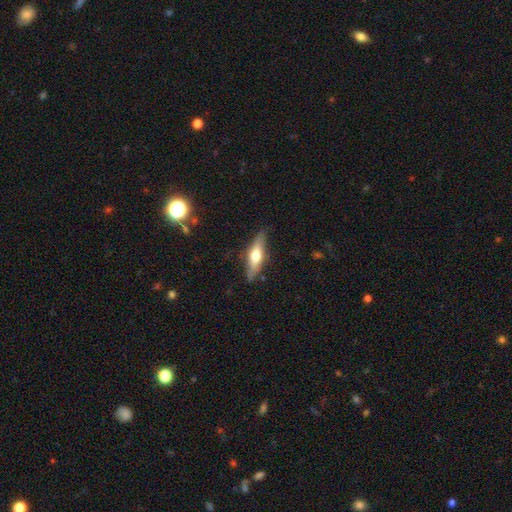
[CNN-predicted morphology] Smooth or featured? featured or disk (52%)
Edge-on disk? yes (90%)
Merging? none (82%)